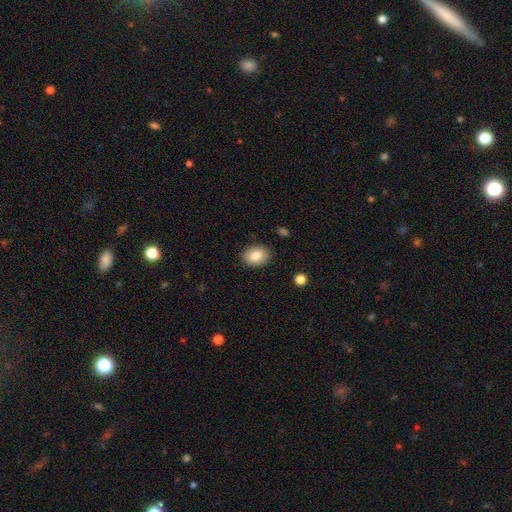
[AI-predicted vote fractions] Smooth or featured? smooth (83%)
How rounded? in between (68%)
Merging? none (89%)